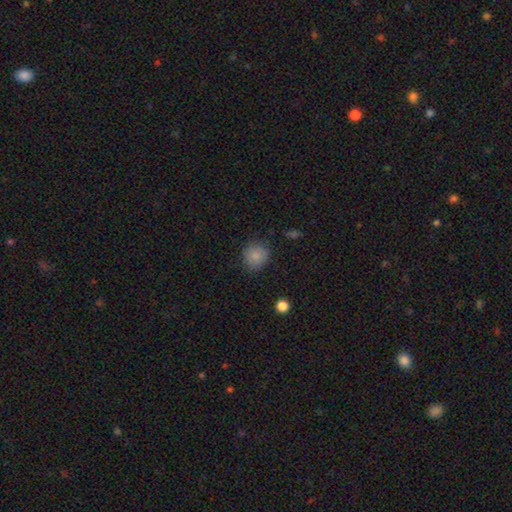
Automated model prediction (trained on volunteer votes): Smooth or featured: smooth — 85% (star or artifact — 9%)
How rounded: round — 82% (in between — 17%)
Merging: none — 81% (minor disturbance — 14%)